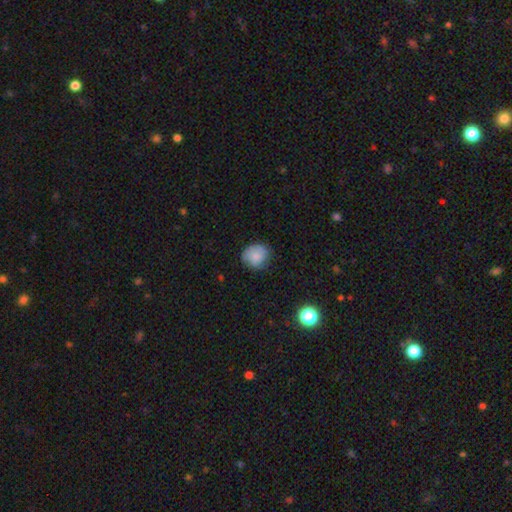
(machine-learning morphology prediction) A smooth galaxy with no disk features (76%) that is round (75%).

Vote fractions:
- Smooth or featured? smooth: 76% / featured or disk: 15% / star or artifact: 9%
- How rounded? round: 75% / in between: 24% / cigar-shaped: 1%
- Merging? none: 69% / minor disturbance: 24% / major disturbance: 6% / merger: 1%